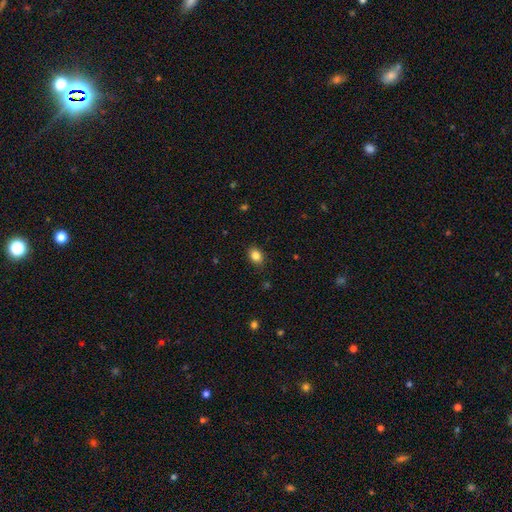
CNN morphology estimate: Q: Smooth or featured?
A: smooth (85%); runner-up: star or artifact (10%)
Q: How rounded?
A: in between (67%); runner-up: round (32%)
Q: Merging?
A: none (85%); runner-up: minor disturbance (11%)